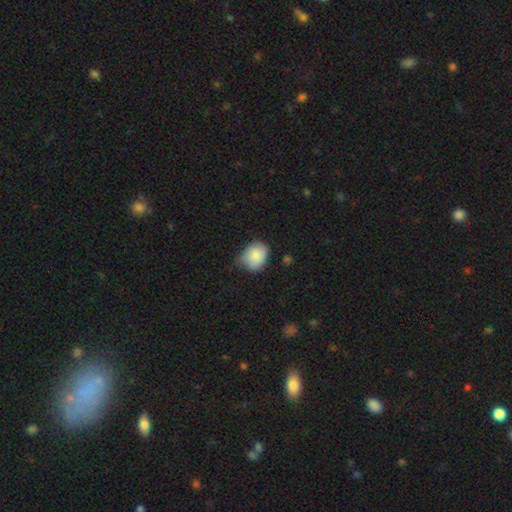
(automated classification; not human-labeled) Smooth or featured? Predicted: smooth (p=0.84). How rounded? Predicted: round (p=0.52). Merging? Predicted: none (p=0.46).